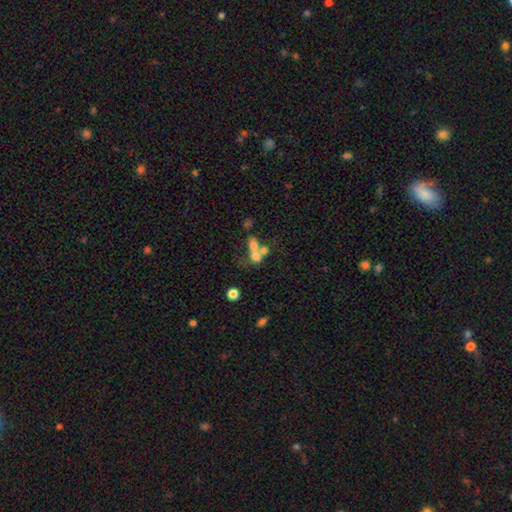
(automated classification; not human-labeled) This appears to be a smooth galaxy with no disk features (60%) that is round (54%). Merging: merger (61%).